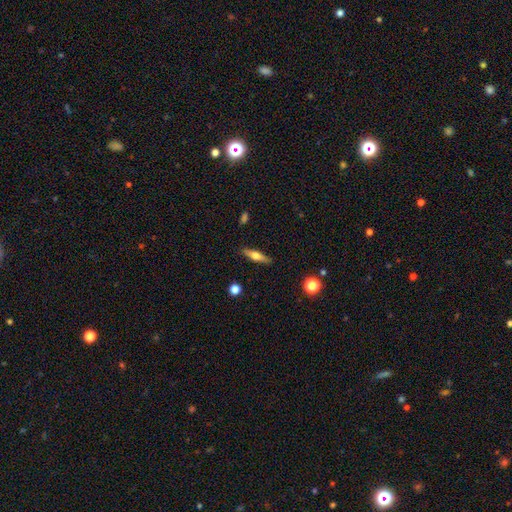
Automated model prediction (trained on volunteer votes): Smooth or featured? featured or disk (48%)
Merging? none (88%)